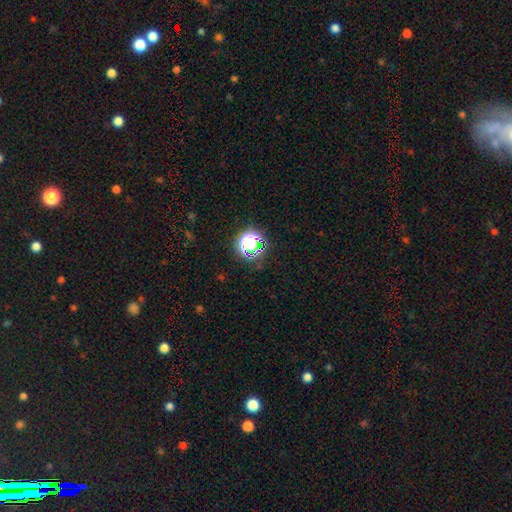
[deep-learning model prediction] star or artifact 74%, smooth 18%, featured or disk 8%.